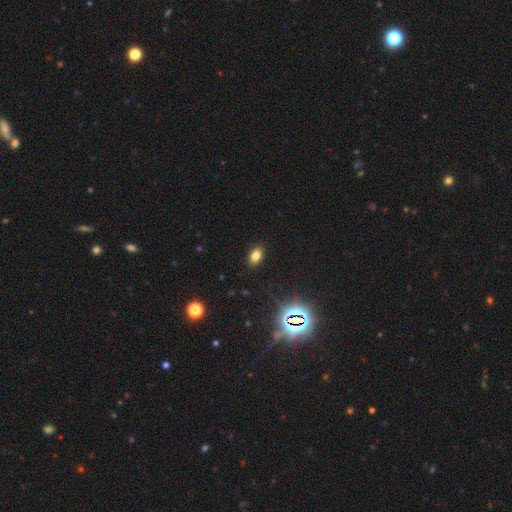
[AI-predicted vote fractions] smooth_or_featured: smooth (p=0.77) [alt: star or artifact p=0.16]
how_rounded: in between (p=0.87) [alt: round p=0.11]
merging: none (p=0.88) [alt: minor disturbance p=0.08]